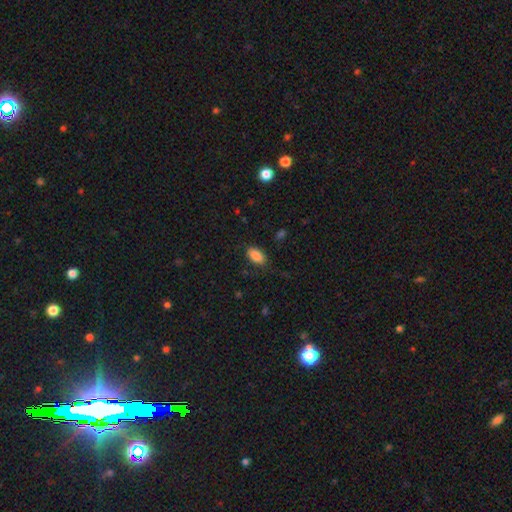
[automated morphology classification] Smooth or featured? Predicted: smooth (p=0.86). How rounded? Predicted: in between (p=0.92). Merging? Predicted: none (p=0.79).